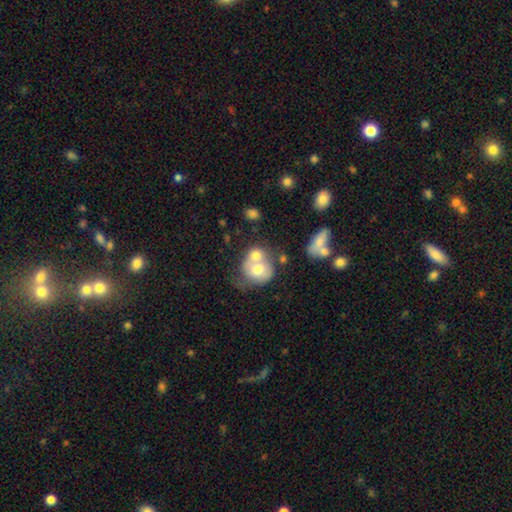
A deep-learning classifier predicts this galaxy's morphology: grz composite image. It shows a smooth galaxy with no disk features (63%) that is round (71%). Merging: merger (65%).